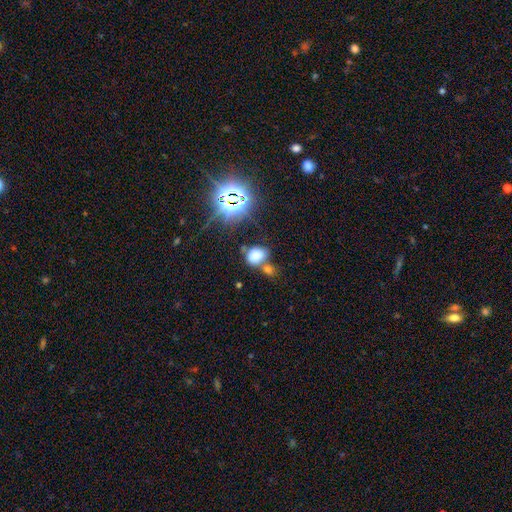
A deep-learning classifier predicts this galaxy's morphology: A smooth galaxy with no disk features (69%) that is in between round and cigar-shaped (60%). Merging: none (45%).